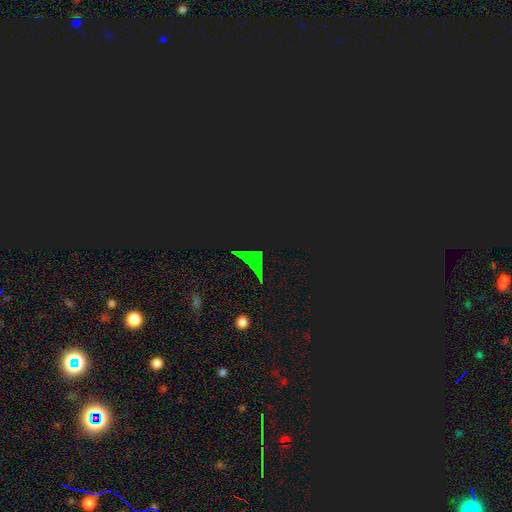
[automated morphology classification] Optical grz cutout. It shows a star or artifact, not a galaxy (80%).